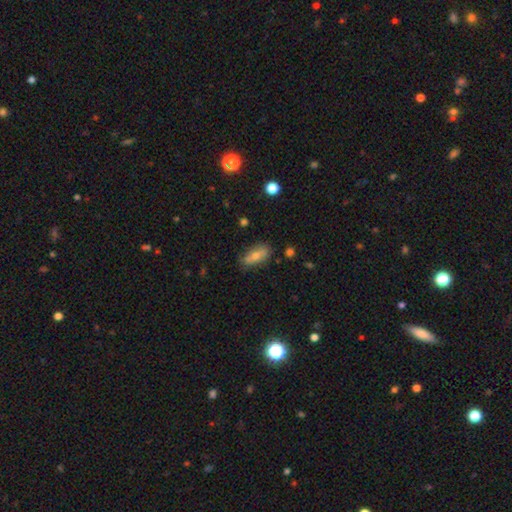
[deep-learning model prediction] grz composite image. It shows a smooth galaxy with no disk features (61%) that is in between round and cigar-shaped (75%). Merging: none (80%).